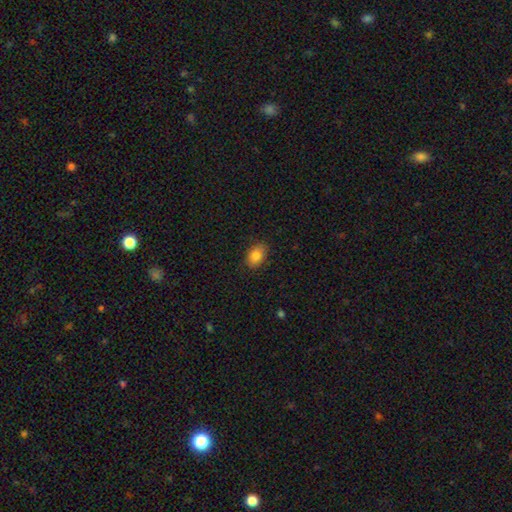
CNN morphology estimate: The model was most divided on "how rounded": in between: 83%, round: 15%, cigar-shaped: 1%. More confident: merging — none (85%); smooth or featured — smooth (84%).